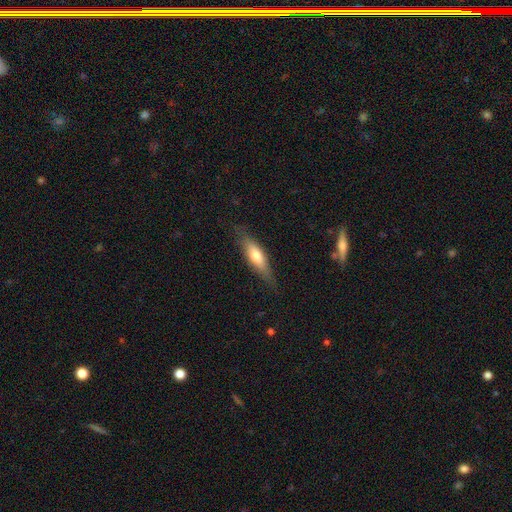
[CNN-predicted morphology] A smooth galaxy with no disk features (59%) that is cigar-shaped (58%). Merging: none (78%).